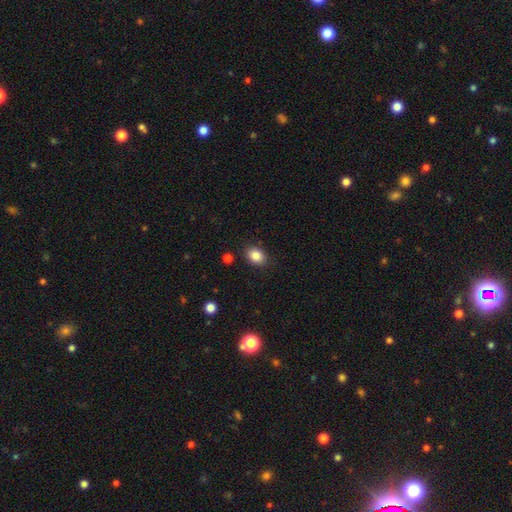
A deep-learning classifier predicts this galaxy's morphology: Smooth or featured? smooth (86%)
How rounded? in between (68%)
Merging? none (86%)